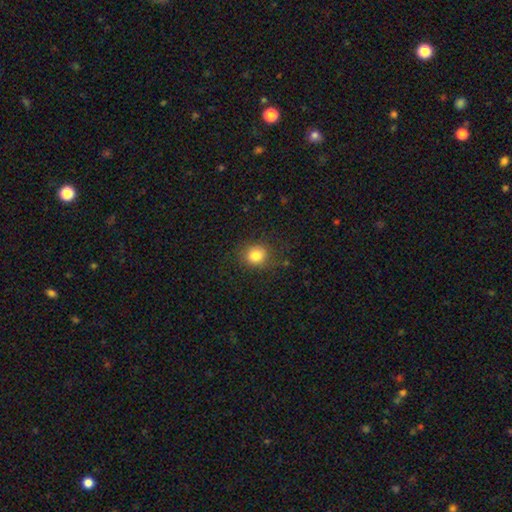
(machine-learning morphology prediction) Smooth or featured?
  - smooth: 82% *
  - star or artifact: 11%
  - featured or disk: 6%
How rounded?
  - round: 78% *
  - in between: 21%
  - cigar-shaped: 1%
Merging?
  - none: 83% *
  - minor disturbance: 11%
  - major disturbance: 4%
  - merger: 1%